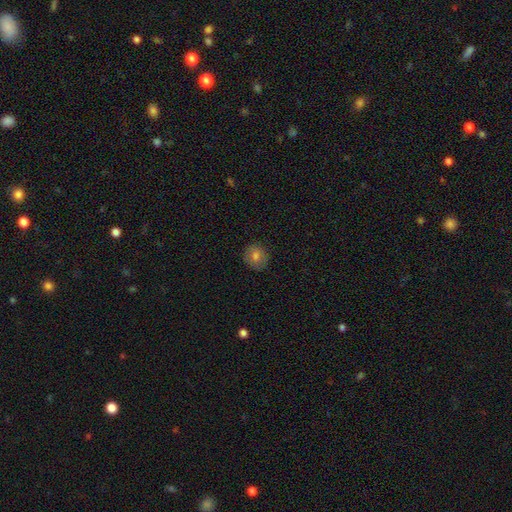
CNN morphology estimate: A smooth galaxy with no disk features (74%) that is round (84%). Merging: none (87%).